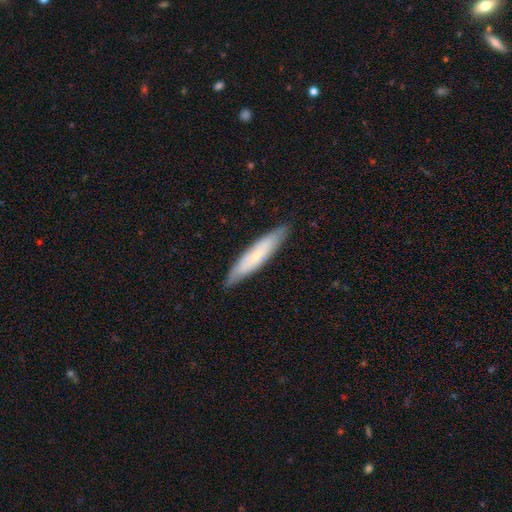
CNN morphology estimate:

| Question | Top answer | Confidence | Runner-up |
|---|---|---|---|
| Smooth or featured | smooth | 61% | featured or disk (33%) |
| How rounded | cigar-shaped | 88% | in between (11%) |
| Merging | none | 87% | minor disturbance (10%) |